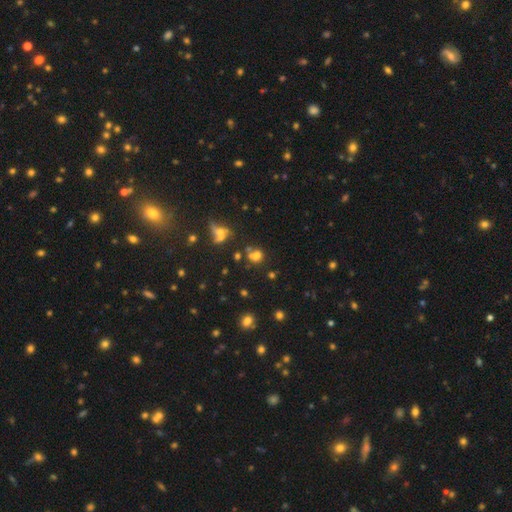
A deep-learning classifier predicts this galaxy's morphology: Smooth or featured? Predicted: smooth (p=0.62). How rounded? Predicted: round (p=0.62). Merging? Predicted: none (p=0.46).